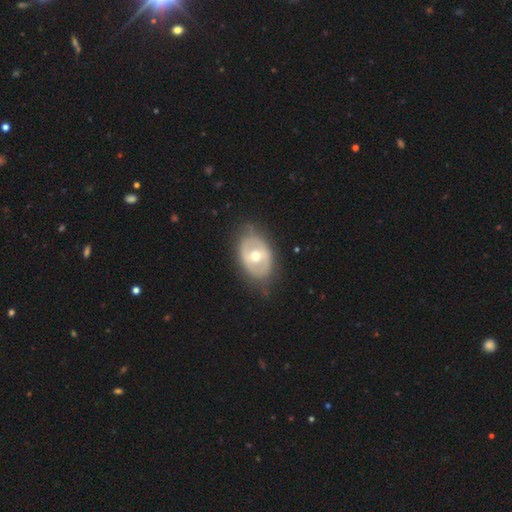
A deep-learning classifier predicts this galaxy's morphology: Smooth or featured: featured or disk — 60% (smooth — 35%)
Edge-on disk: no — 93% (yes — 7%)
Bar: no — 52% (weak — 30%)
Spiral arms: no — 77% (yes — 23%)
Bulge size: moderate — 75% (small — 18%)
Merging: none — 74% (minor disturbance — 19%)